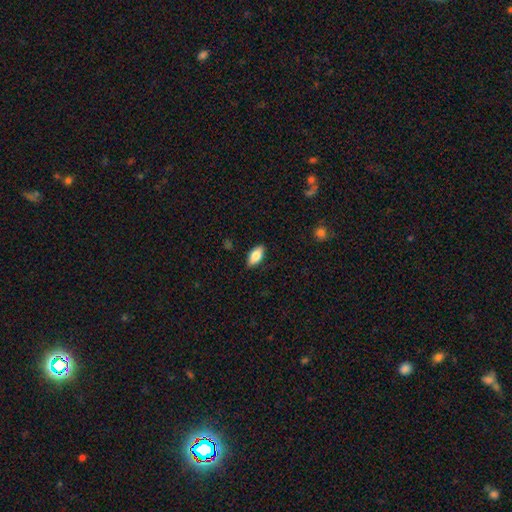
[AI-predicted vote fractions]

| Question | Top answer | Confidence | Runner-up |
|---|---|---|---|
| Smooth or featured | smooth | 81% | featured or disk (12%) |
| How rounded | in between | 89% | cigar-shaped (8%) |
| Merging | none | 87% | minor disturbance (10%) |